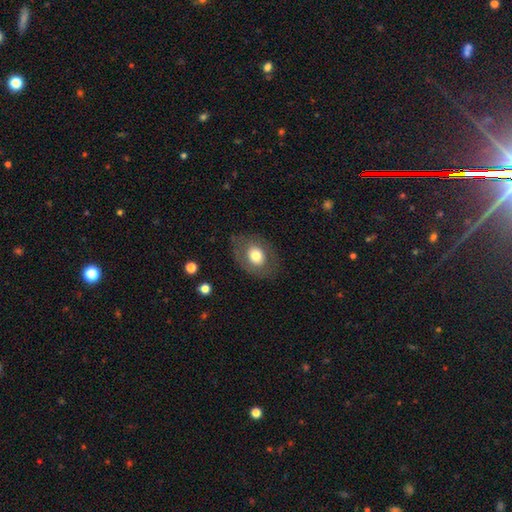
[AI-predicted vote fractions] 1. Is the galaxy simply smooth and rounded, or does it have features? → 66% smooth, 27% featured or disk, 8% star or artifact.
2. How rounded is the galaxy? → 66% in between, 33% round, 1% cigar-shaped.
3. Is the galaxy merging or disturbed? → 77% none, 14% minor disturbance, 7% major disturbance, 1% merger.